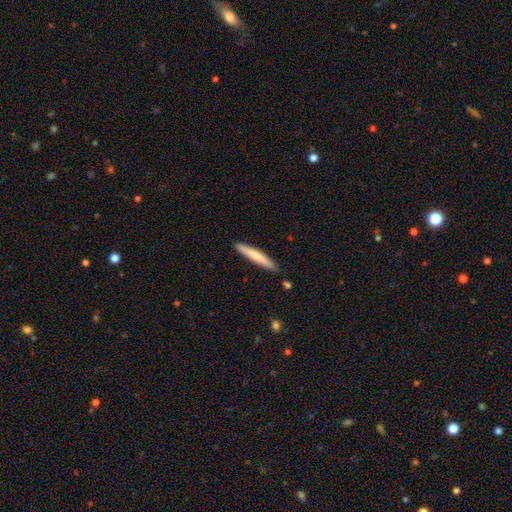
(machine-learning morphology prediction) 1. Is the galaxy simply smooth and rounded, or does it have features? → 70% smooth, 25% featured or disk, 5% star or artifact.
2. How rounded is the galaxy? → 95% cigar-shaped, 4% in between, 1% round.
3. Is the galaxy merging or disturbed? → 88% none, 9% minor disturbance, 2% merger, 1% major disturbance.